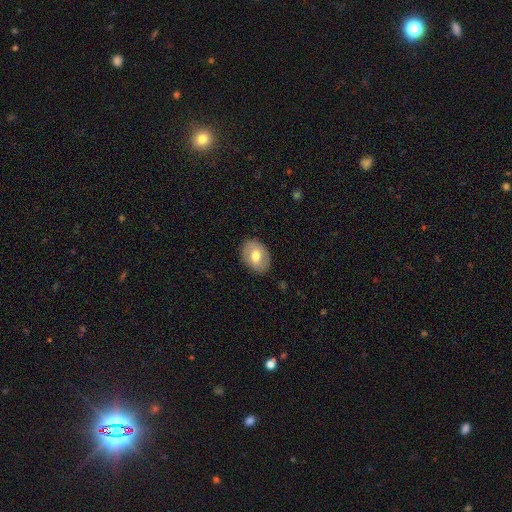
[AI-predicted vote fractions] Q: Smooth or featured?
A: smooth (66%); runner-up: featured or disk (27%)
Q: How rounded?
A: in between (70%); runner-up: round (29%)
Q: Merging?
A: none (85%); runner-up: minor disturbance (11%)